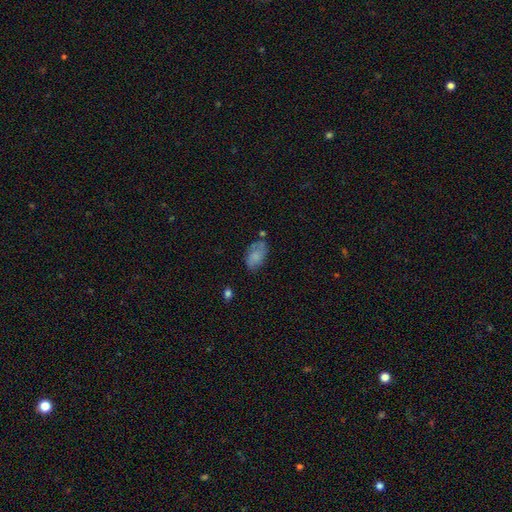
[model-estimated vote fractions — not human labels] Smooth or featured: smooth — 73% (featured or disk — 19%)
How rounded: in between — 92% (round — 6%)
Merging: none — 60% (minor disturbance — 26%)